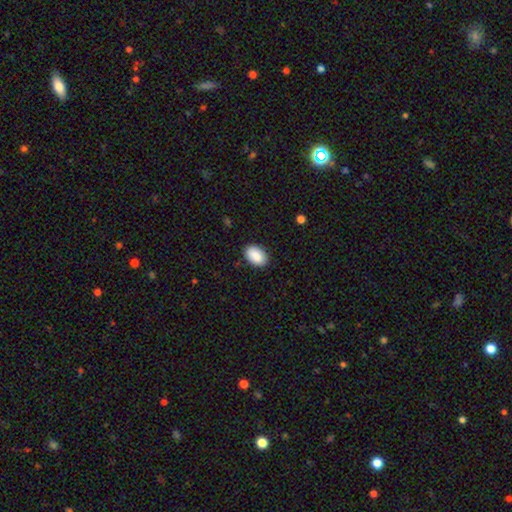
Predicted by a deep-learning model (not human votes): Smooth or featured? Predicted: smooth (p=0.89). How rounded? Predicted: in between (p=0.88). Merging? Predicted: none (p=0.86).